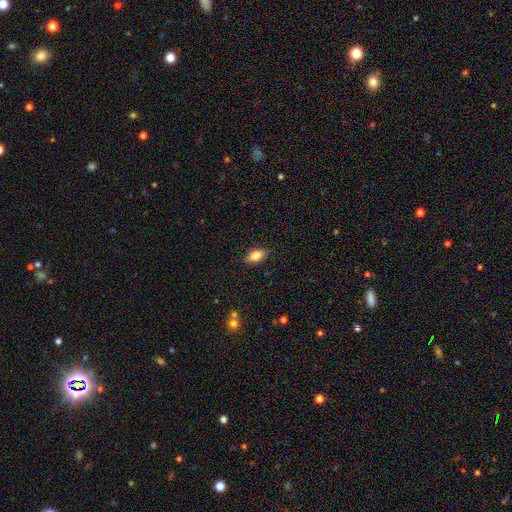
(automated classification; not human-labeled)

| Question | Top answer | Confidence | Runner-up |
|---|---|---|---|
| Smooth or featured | smooth | 81% | featured or disk (11%) |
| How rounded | in between | 88% | cigar-shaped (8%) |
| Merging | none | 86% | minor disturbance (10%) |